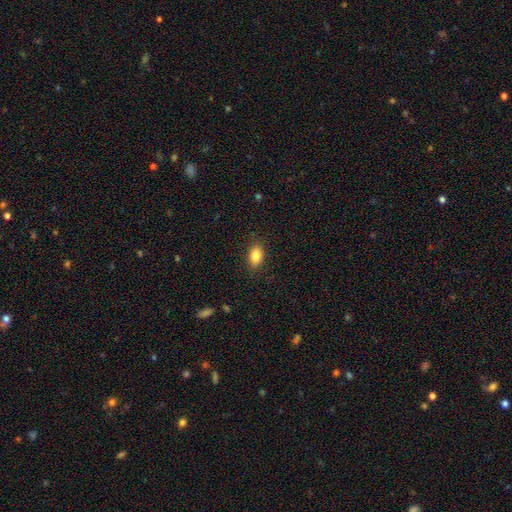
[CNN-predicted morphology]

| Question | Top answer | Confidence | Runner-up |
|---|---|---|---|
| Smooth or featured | smooth | 86% | star or artifact (8%) |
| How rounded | in between | 88% | round (10%) |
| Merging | none | 88% | minor disturbance (9%) |